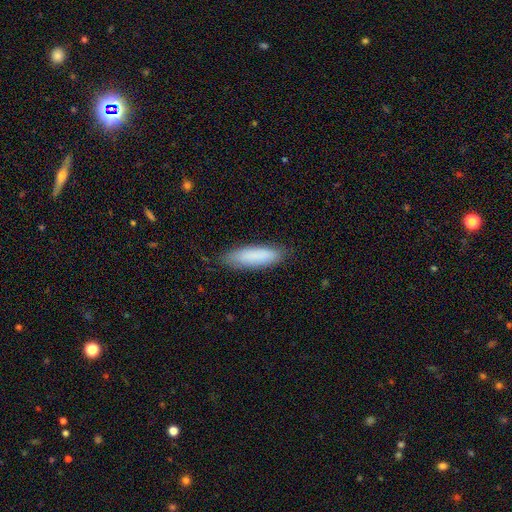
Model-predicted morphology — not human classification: A smooth galaxy with no disk features (85%) that is cigar-shaped (62%).

Vote fractions:
- Smooth or featured? smooth: 85% / featured or disk: 8% / star or artifact: 6%
- How rounded? cigar-shaped: 62% / in between: 37% / round: 1%
- Merging? none: 84% / minor disturbance: 13% / major disturbance: 2% / merger: 1%